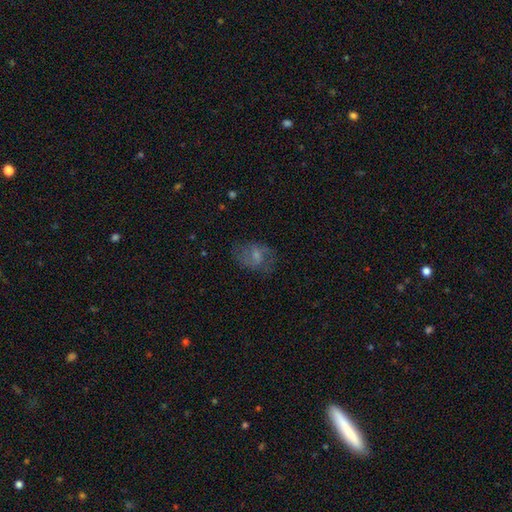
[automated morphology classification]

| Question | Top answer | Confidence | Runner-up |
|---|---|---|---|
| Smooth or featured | smooth | 46% | featured or disk (44%) |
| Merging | none | 62% | minor disturbance (21%) |